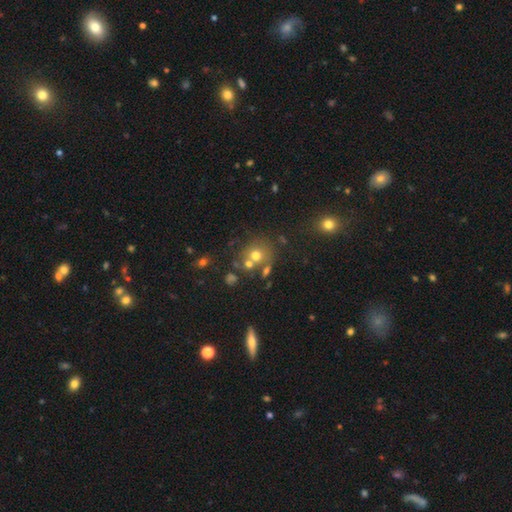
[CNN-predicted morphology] Smooth or featured? smooth (65%)
How rounded? round (81%)
Merging? none (52%)